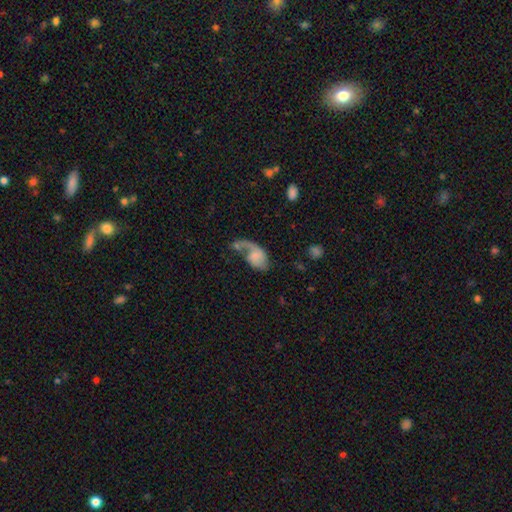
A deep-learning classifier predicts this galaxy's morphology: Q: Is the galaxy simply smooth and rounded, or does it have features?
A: featured or disk — 56%.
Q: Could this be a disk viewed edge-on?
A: no — 97%.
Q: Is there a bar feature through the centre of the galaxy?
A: no — 66%.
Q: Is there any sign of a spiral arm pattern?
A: yes — 80%.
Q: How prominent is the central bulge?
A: none — 53%.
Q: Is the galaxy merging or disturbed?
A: major disturbance — 46%.